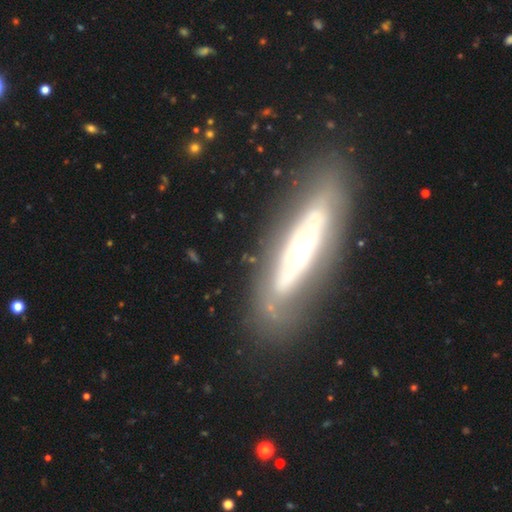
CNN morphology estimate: A featured or disk galaxy (72%).

Vote fractions:
- Smooth or featured? featured or disk: 72% / smooth: 22% / star or artifact: 7%
- Edge-on disk? no: 70% / yes: 30%
- Merging? none: 77% / minor disturbance: 14% / major disturbance: 7% / merger: 2%